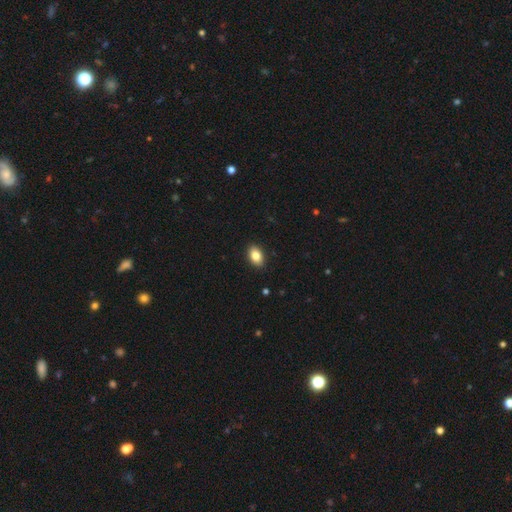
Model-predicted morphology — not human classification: This appears to be a smooth galaxy with no disk features (84%) that is in between round and cigar-shaped (89%). Merging: none (90%).